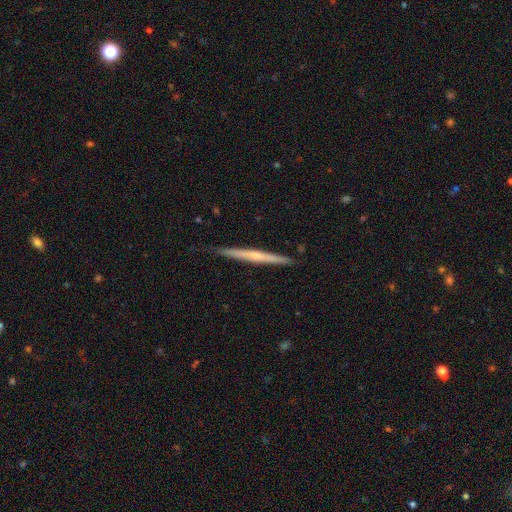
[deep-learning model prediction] A featured or disk galaxy (56%) viewed edge-on (98%) with no central bulge (54%). Merging: none (84%).